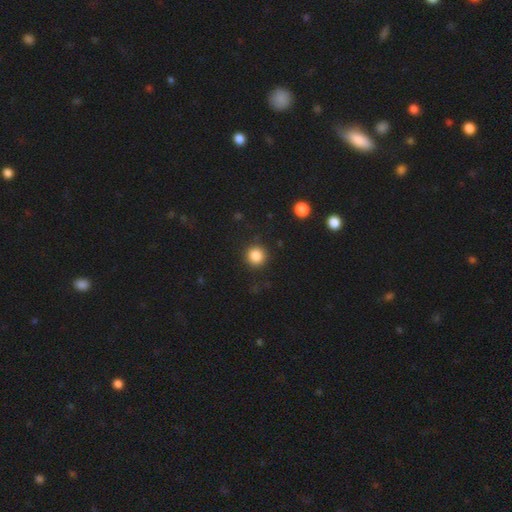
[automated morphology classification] type=smooth (86%); roundness=round (94%); merging=none (90%).